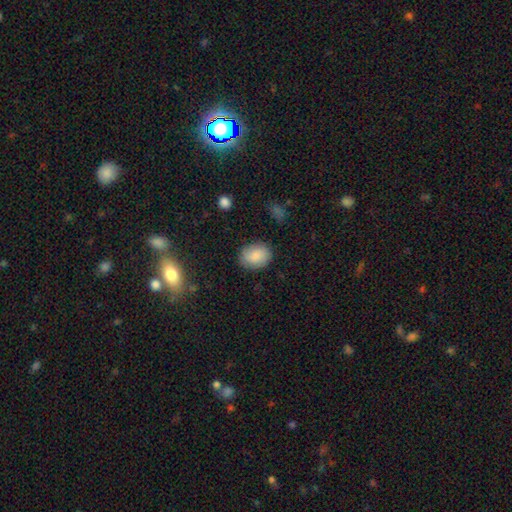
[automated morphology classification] A smooth galaxy with no disk features (84%) that is in between round and cigar-shaped (56%).

Vote fractions:
- Smooth or featured? smooth: 84% / featured or disk: 8% / star or artifact: 8%
- How rounded? in between: 56% / round: 43% / cigar-shaped: 1%
- Merging? none: 84% / minor disturbance: 12% / major disturbance: 3% / merger: 1%